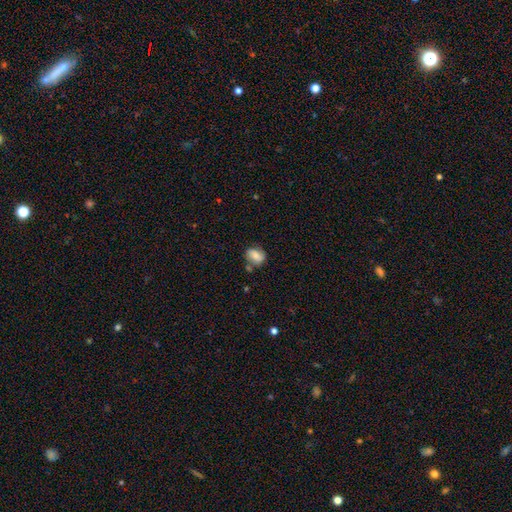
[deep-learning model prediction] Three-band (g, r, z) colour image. It shows a smooth galaxy with no disk features (66%) that is in between round and cigar-shaped (57%). Merging: none (64%).